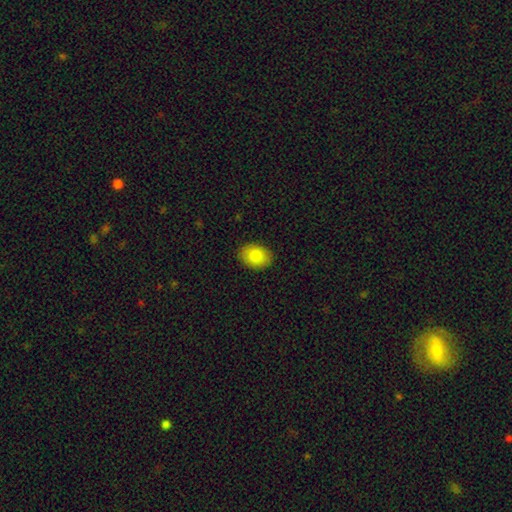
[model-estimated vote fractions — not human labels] The model was most divided on "how rounded": in between: 70%, round: 29%, cigar-shaped: 1%. More confident: merging — none (89%); smooth or featured — smooth (83%).